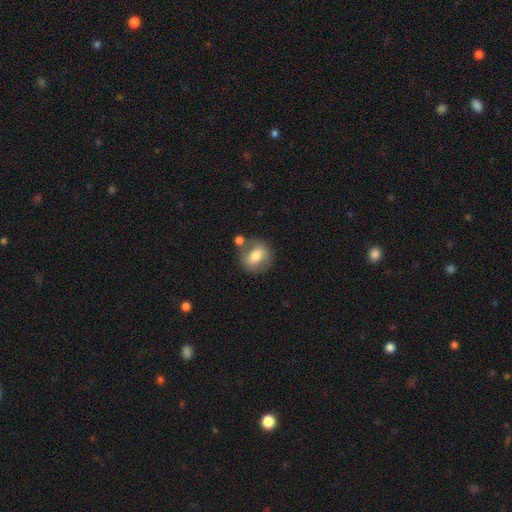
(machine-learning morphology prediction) This appears to be a smooth galaxy with no disk features (64%) that is round (64%). Merging: none (65%).